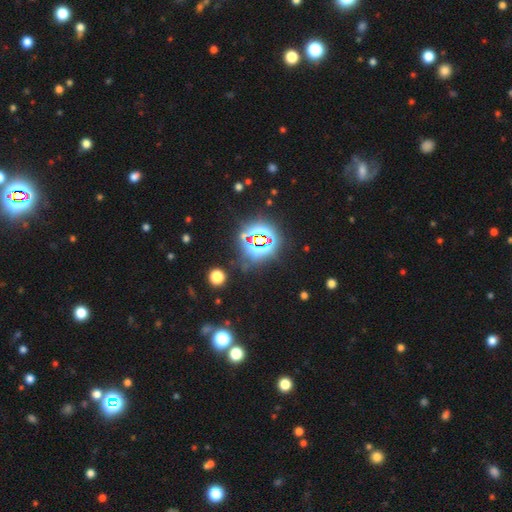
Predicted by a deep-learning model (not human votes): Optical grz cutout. It shows a star or artifact, not a galaxy (80%).